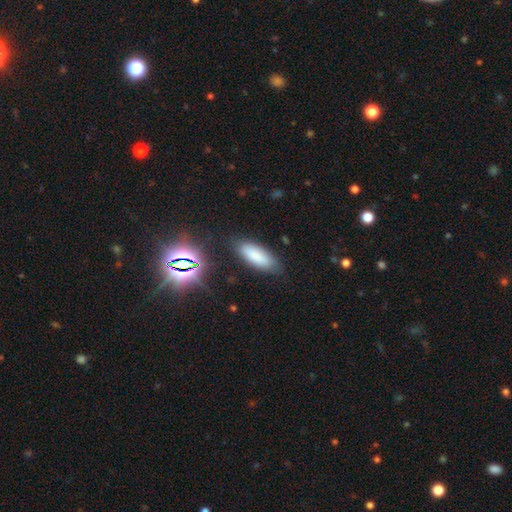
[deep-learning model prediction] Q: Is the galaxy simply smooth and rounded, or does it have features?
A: smooth — 82%.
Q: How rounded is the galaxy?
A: in between — 73%.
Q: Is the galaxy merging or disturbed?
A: none — 81%.